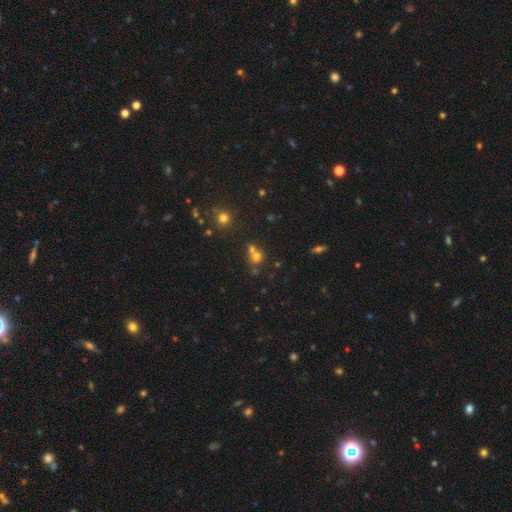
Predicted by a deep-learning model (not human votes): Smooth or featured: smooth — 66% (star or artifact — 20%)
How rounded: round — 78% (in between — 21%)
Merging: merger — 47% (none — 42%)